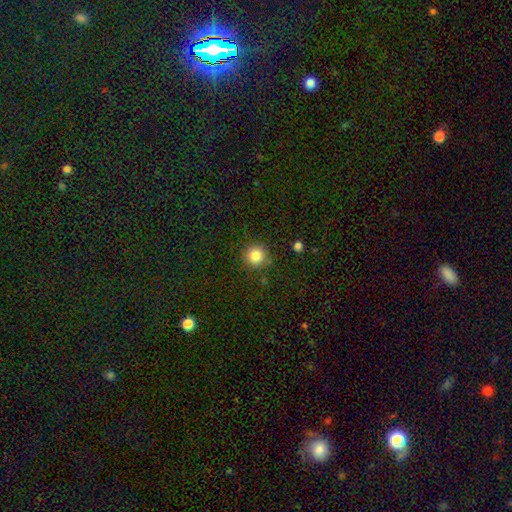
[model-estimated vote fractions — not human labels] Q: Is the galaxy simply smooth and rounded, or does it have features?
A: smooth — 85%.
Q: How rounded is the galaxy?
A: round — 95%.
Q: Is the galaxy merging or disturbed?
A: none — 88%.